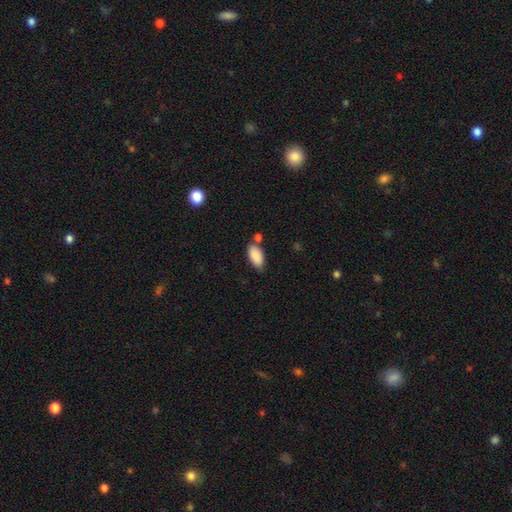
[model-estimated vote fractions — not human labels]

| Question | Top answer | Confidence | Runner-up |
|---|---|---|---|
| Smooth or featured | smooth | 88% | star or artifact (7%) |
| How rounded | in between | 93% | cigar-shaped (5%) |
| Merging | none | 64% | minor disturbance (17%) |